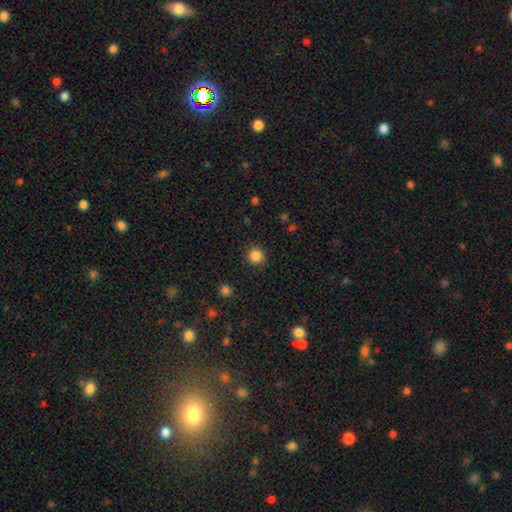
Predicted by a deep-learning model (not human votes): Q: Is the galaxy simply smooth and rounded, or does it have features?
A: smooth — 85%.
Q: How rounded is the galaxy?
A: round — 93%.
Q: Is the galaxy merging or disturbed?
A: none — 90%.